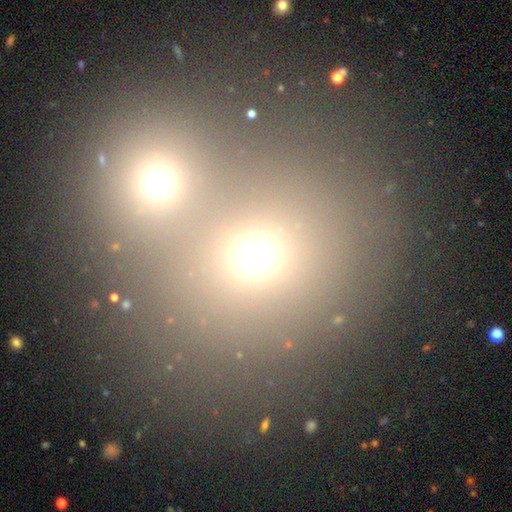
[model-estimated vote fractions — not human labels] This is likely a smooth galaxy (68%). How rounded: likely round (77%). Merging: possibly merger (47%).